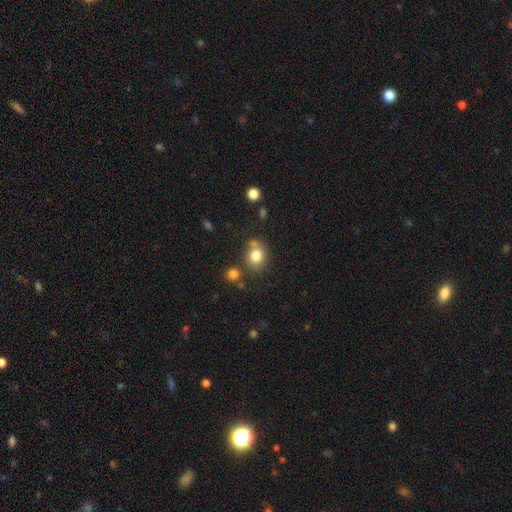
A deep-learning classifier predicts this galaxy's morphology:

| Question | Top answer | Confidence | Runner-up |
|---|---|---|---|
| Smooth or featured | smooth | 80% | star or artifact (11%) |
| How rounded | round | 68% | in between (31%) |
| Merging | none | 62% | merger (16%) |